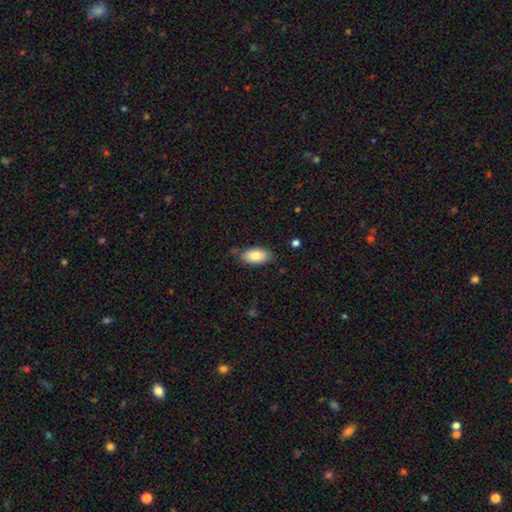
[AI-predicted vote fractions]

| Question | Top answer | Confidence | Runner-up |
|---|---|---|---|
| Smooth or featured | smooth | 83% | featured or disk (10%) |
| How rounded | in between | 92% | cigar-shaped (6%) |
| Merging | none | 72% | minor disturbance (21%) |